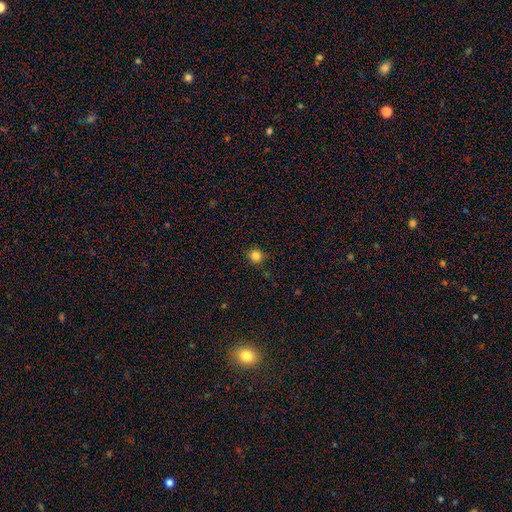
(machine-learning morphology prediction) type=smooth (83%); roundness=round (94%); merging=none (89%).